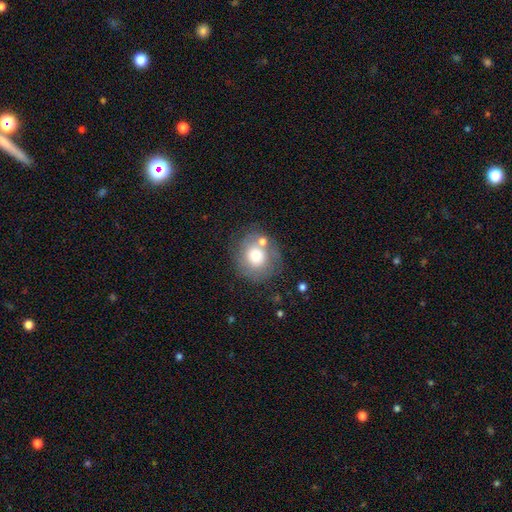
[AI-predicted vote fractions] A smooth galaxy with no disk features (67%) that is round (82%). Merging: none (65%).